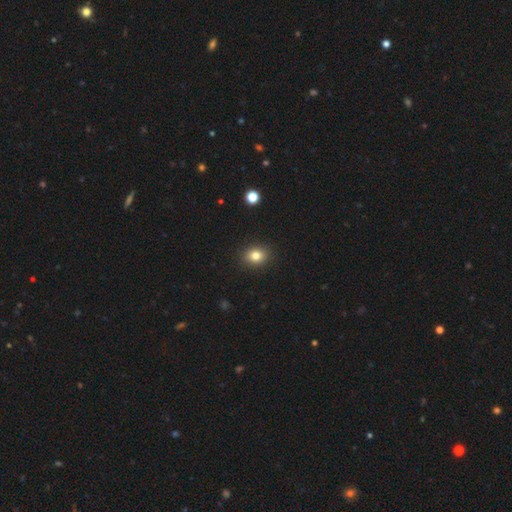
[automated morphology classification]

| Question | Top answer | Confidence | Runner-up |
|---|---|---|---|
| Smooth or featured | smooth | 82% | star or artifact (11%) |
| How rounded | round | 52% | in between (47%) |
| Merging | none | 90% | minor disturbance (7%) |